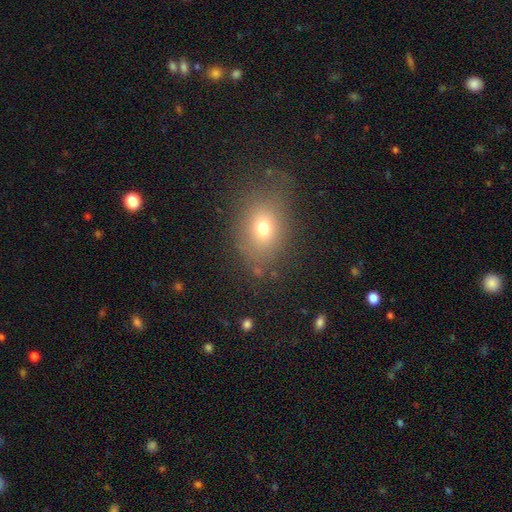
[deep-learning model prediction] Morphology: type=smooth (67%); roundness=in between (64%); merging=none (78%).